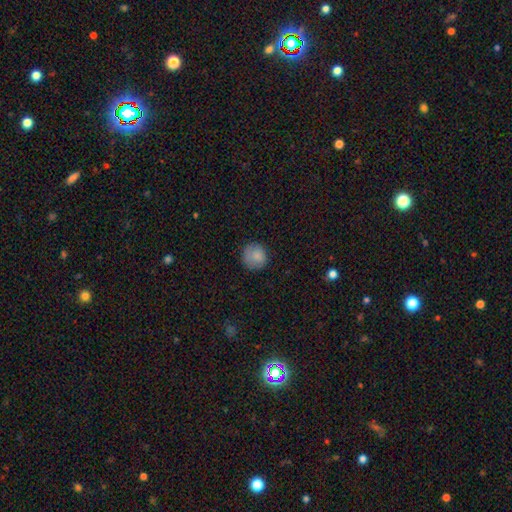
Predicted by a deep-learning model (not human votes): Smooth or featured?
  - smooth: 84% *
  - star or artifact: 8%
  - featured or disk: 7%
How rounded?
  - round: 90% *
  - in between: 9%
  - cigar-shaped: 1%
Merging?
  - none: 81% *
  - minor disturbance: 14%
  - major disturbance: 4%
  - merger: 1%